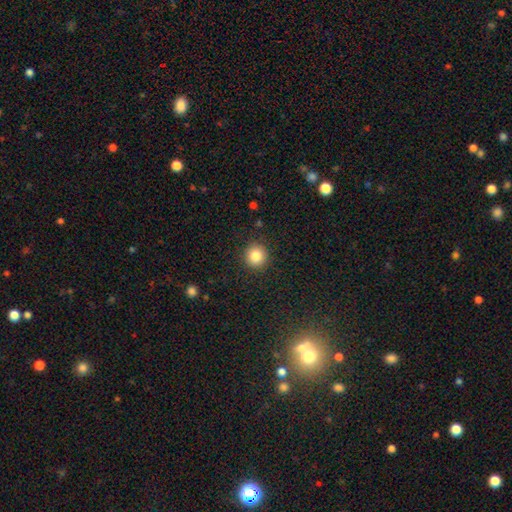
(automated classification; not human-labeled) This appears to be a smooth galaxy with no disk features (84%) that is round (92%). Merging: none (91%).